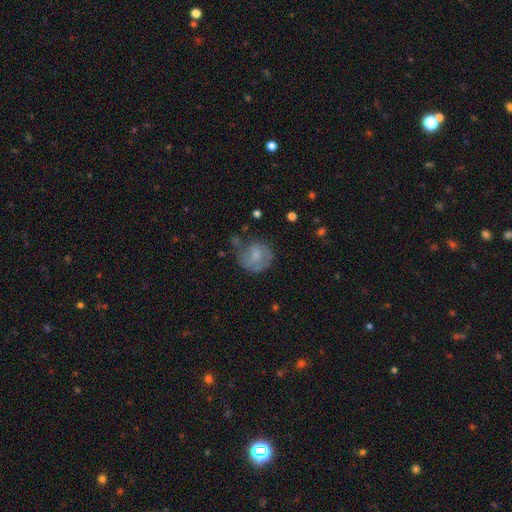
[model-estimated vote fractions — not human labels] smooth_or_featured: smooth (p=0.54) [alt: featured or disk p=0.37]
how_rounded: round (p=0.78) [alt: in between p=0.21]
merging: none (p=0.50) [alt: minor disturbance p=0.27]